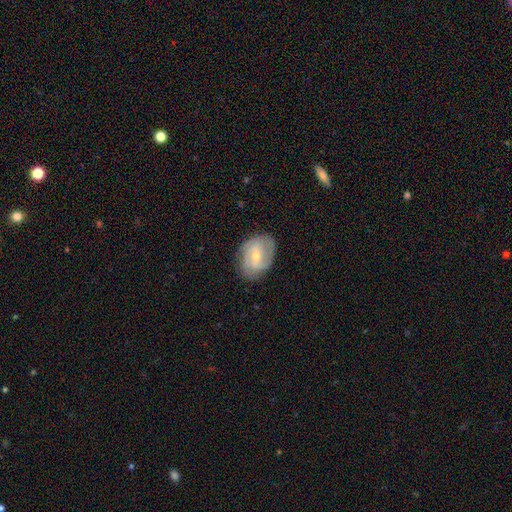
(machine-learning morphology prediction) A featured or disk galaxy (71%) with a weak bar (46%), 2 (45%) medium (42%) spiral arms (88%) and a small central bulge (57%). Merging: none (73%).